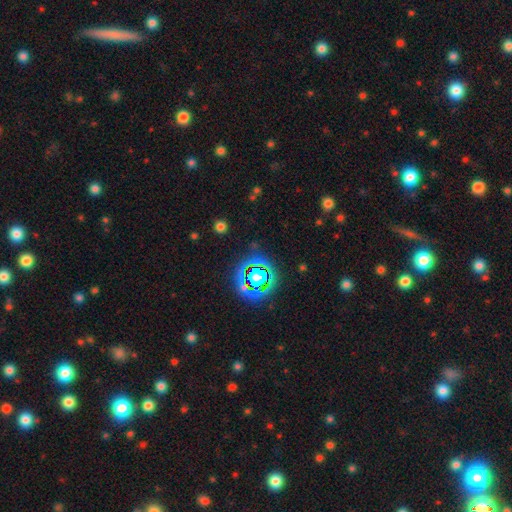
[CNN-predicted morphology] Smooth or featured? star or artifact (75%)